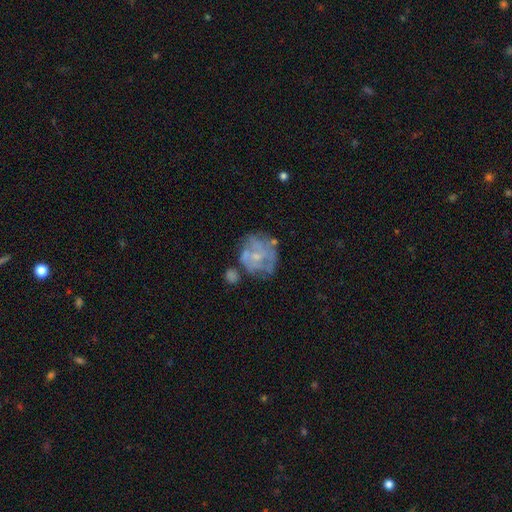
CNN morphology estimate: smooth_or_featured: featured or disk (p=0.64) [alt: smooth p=0.27]
disk_edge_on: no (p=0.98) [alt: yes p=0.02]
bar: no (p=0.80) [alt: weak p=0.17]
has_spiral_arms: no (p=0.55) [alt: yes p=0.45]
bulge_size: small (p=0.56) [alt: moderate p=0.25]
merging: none (p=0.51) [alt: minor disturbance p=0.22]